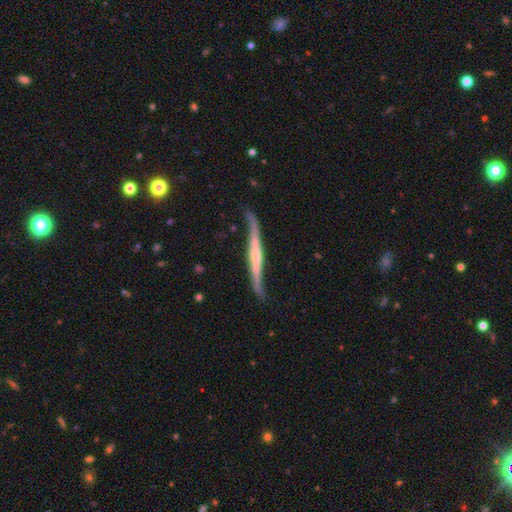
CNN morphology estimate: Smooth or featured: featured or disk — 77% (smooth — 18%)
Edge-on disk: yes — 83% (no — 17%)
Edge-on bulge: rounded — 46% (none — 37%)
Merging: none — 61% (minor disturbance — 27%)